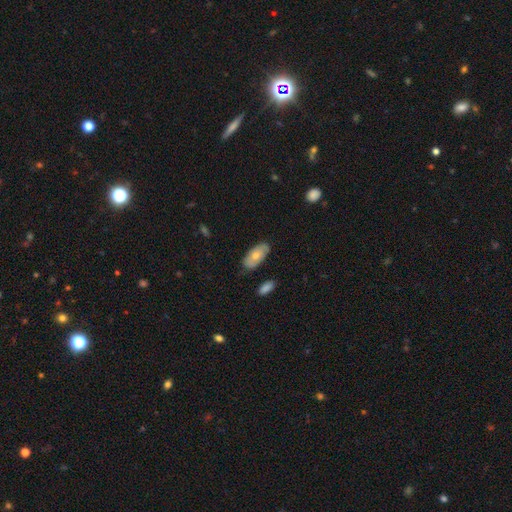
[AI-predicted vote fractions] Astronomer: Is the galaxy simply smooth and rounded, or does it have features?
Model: smooth — 64%.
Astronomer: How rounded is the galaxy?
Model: in between — 92%.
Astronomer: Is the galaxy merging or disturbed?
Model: none — 76%.